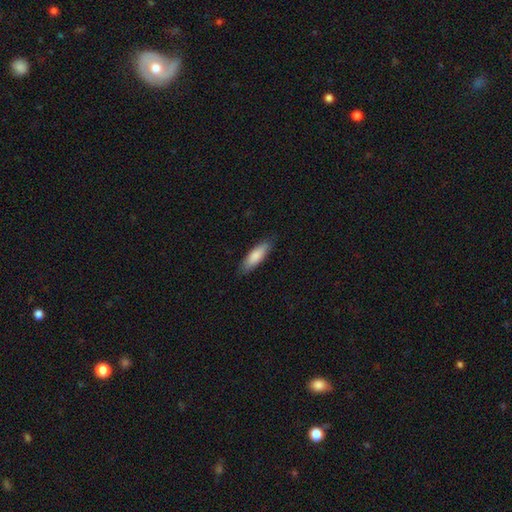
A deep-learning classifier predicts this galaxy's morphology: type=smooth (84%); roundness=in between (50%); merging=none (84%).